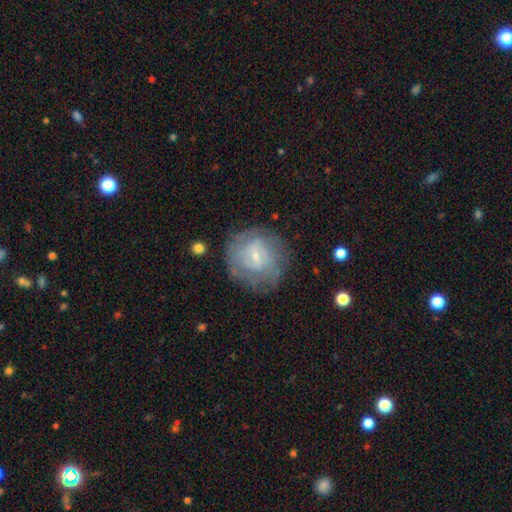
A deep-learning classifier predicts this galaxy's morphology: A featured or disk galaxy (57%) with a weak bar (52%), spiral arms (62%) and a small central bulge (70%).

Vote fractions:
- Smooth or featured? featured or disk: 57% / smooth: 35% / star or artifact: 8%
- Edge-on disk? no: 97% / yes: 3%
- Bar? weak: 52% / no: 36% / strong: 12%
- Spiral arms? yes: 62% / no: 38%
- Bulge size? small: 70% / moderate: 21% / none: 6% / large: 2% / dominant: 1%
- Merging? none: 69% / minor disturbance: 18% / major disturbance: 11% / merger: 2%